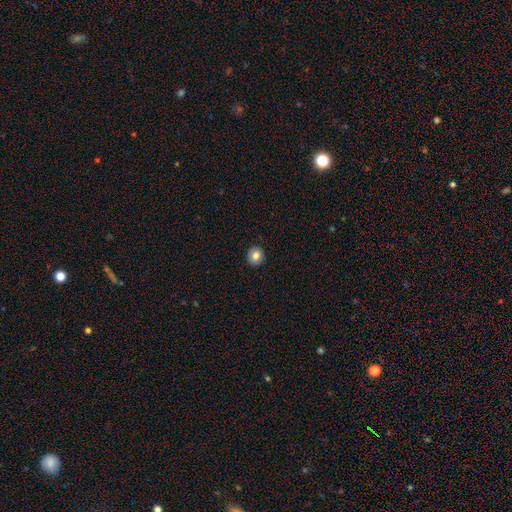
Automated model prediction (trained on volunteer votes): Smooth or featured? smooth (80%)
How rounded? round (89%)
Merging? none (92%)